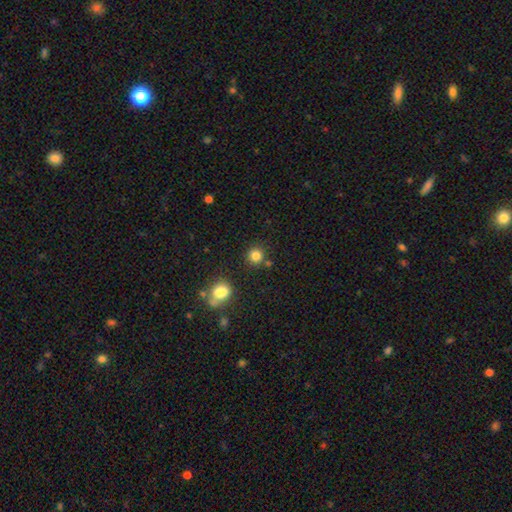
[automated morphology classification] Smooth or featured?
  - smooth: 82% *
  - star or artifact: 13%
  - featured or disk: 5%
How rounded?
  - round: 91% *
  - in between: 8%
  - cigar-shaped: 1%
Merging?
  - none: 81% *
  - minor disturbance: 8%
  - merger: 8%
  - major disturbance: 3%